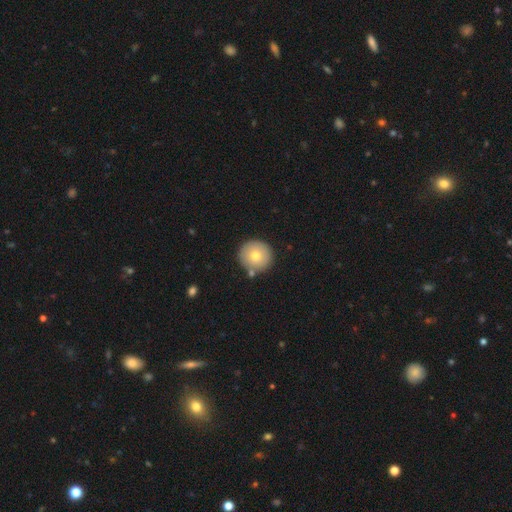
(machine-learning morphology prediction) Smooth or featured: smooth — 75% (featured or disk — 16%)
How rounded: round — 94% (in between — 5%)
Merging: none — 81% (minor disturbance — 9%)